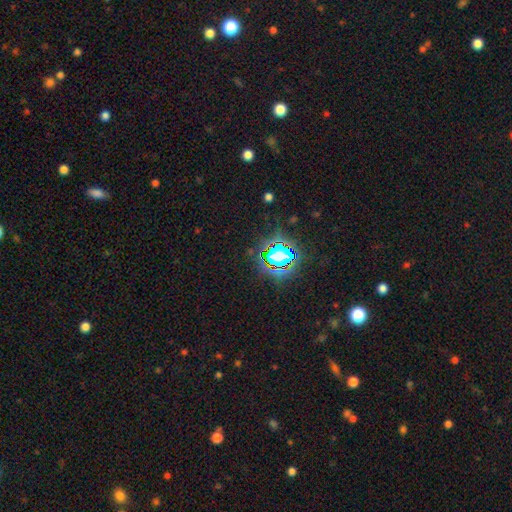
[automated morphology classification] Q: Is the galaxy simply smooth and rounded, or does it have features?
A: star or artifact — 82%.